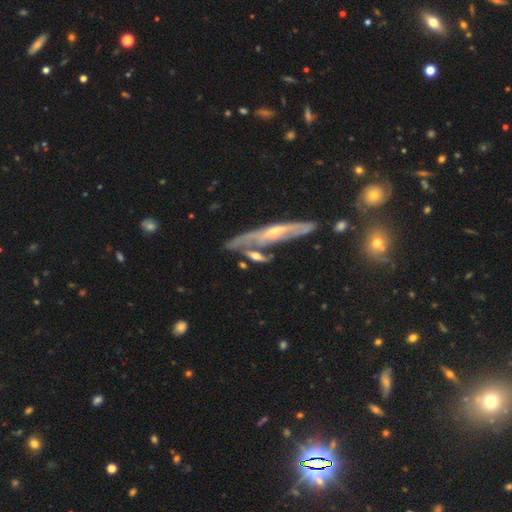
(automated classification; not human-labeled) This appears to be a featured or disk galaxy (57%) viewed edge-on (67%). Merging: none (45%).